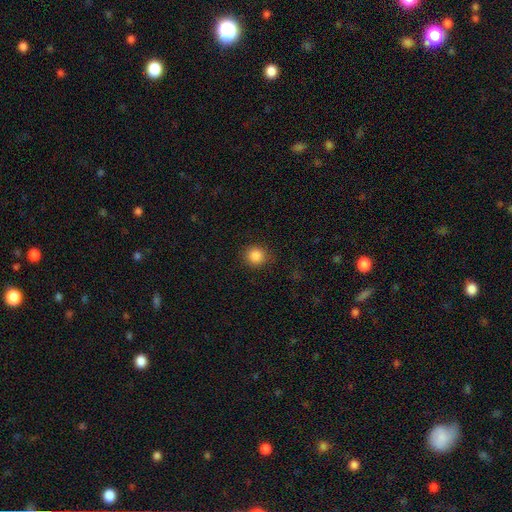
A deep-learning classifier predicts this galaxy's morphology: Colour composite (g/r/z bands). It shows a smooth galaxy with no disk features (86%) that is round (89%). Merging: none (86%).